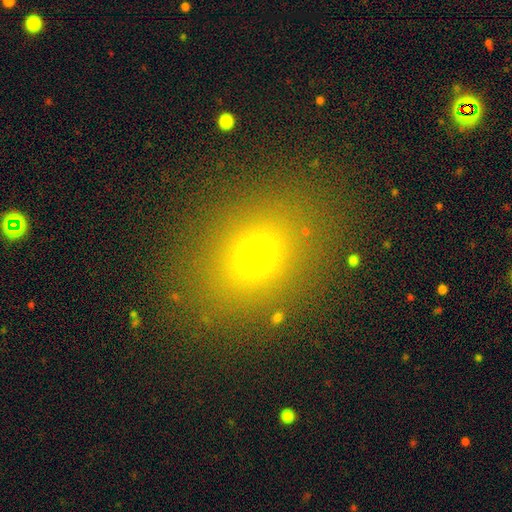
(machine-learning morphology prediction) Overall: smooth (68%). How rounded: round (51%; in between 47%). Merging: none (83%).